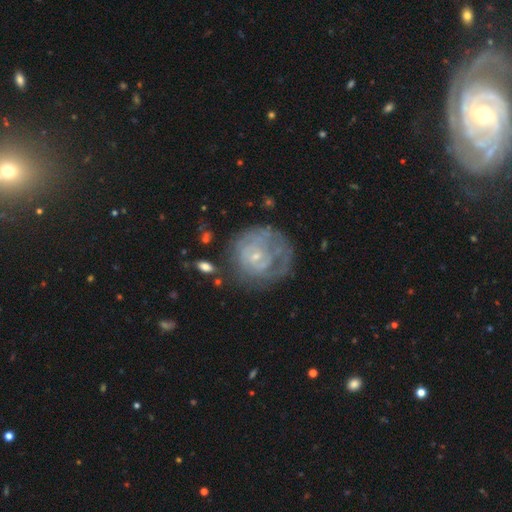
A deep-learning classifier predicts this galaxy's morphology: type=featured or disk (72%); edge-on=no (97%); bar=no (72%); spiral arms=yes (70%); bulge=small (77%); merging=none (56%).